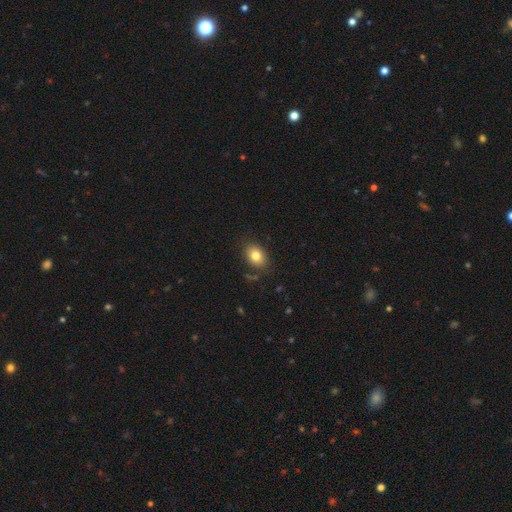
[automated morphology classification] A smooth galaxy with no disk features (81%) that is in between round and cigar-shaped (73%). Merging: none (83%).